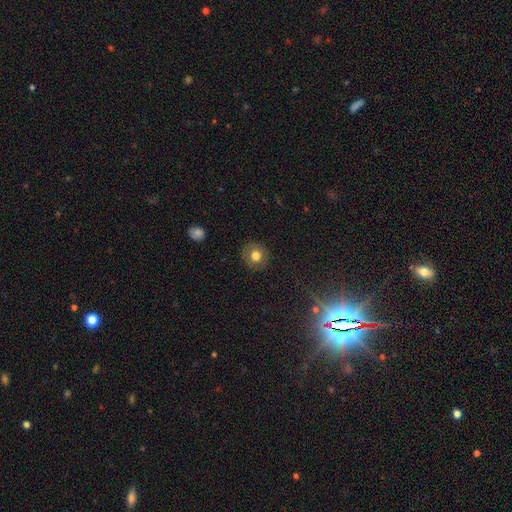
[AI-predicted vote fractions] smooth 76%, featured or disk 13%, star or artifact 11%. Down the decision tree: how rounded — round (88%); merging — none (88%).